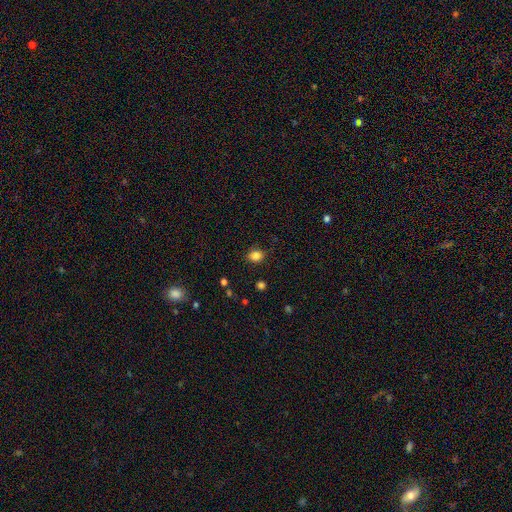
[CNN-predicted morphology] Smooth or featured: smooth — 84% (star or artifact — 11%)
How rounded: in between — 51% (round — 47%)
Merging: none — 84% (minor disturbance — 12%)